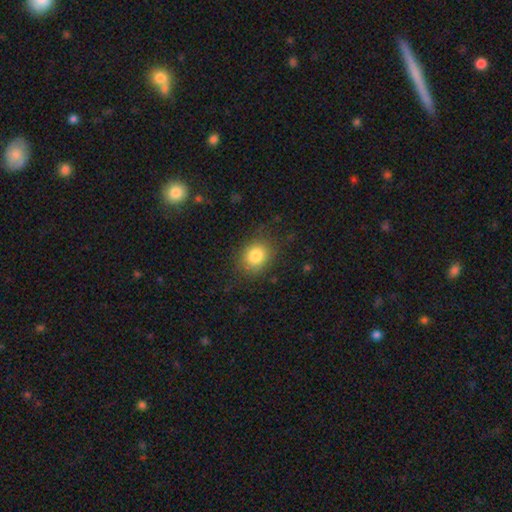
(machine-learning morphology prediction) Q: Smooth or featured?
A: smooth (82%); runner-up: star or artifact (10%)
Q: How rounded?
A: round (60%); runner-up: in between (39%)
Q: Merging?
A: none (79%); runner-up: minor disturbance (14%)